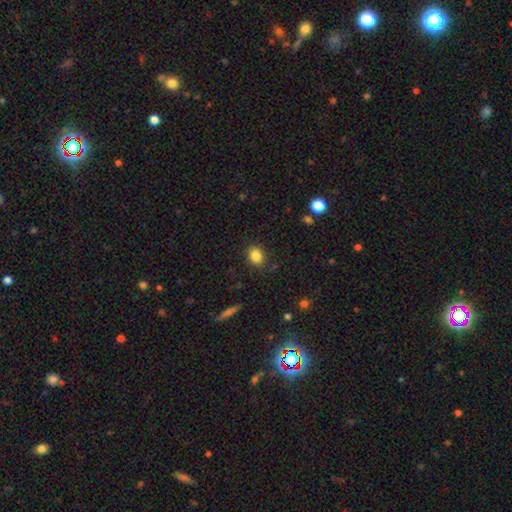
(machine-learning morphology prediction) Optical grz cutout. It shows a smooth galaxy with no disk features (84%) that is round (53%). Merging: none (87%).